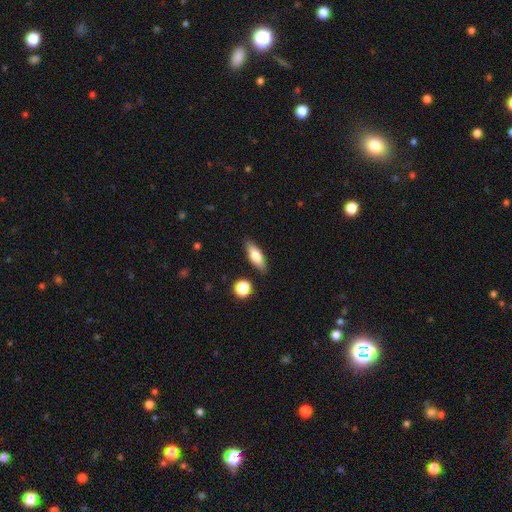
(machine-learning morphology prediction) Smooth or featured?
  - smooth: 69% *
  - featured or disk: 24%
  - star or artifact: 7%
How rounded?
  - in between: 59% *
  - cigar-shaped: 38%
  - round: 3%
Merging?
  - none: 85% *
  - minor disturbance: 10%
  - merger: 3%
  - major disturbance: 2%